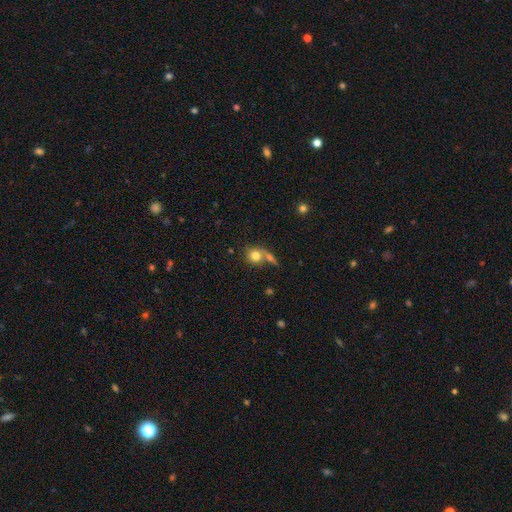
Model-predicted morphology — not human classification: smooth_or_featured: smooth (p=0.78) [alt: featured or disk p=0.13]
how_rounded: round (p=0.78) [alt: in between p=0.20]
merging: none (p=0.43) [alt: merger p=0.38]